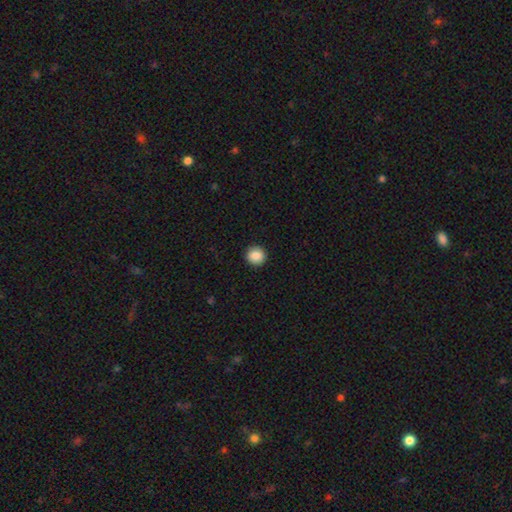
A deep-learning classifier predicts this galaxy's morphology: Smooth or featured?
  - smooth: 88% *
  - star or artifact: 8%
  - featured or disk: 4%
How rounded?
  - round: 91% *
  - in between: 8%
  - cigar-shaped: 1%
Merging?
  - none: 93% *
  - minor disturbance: 5%
  - major disturbance: 2%
  - merger: 1%